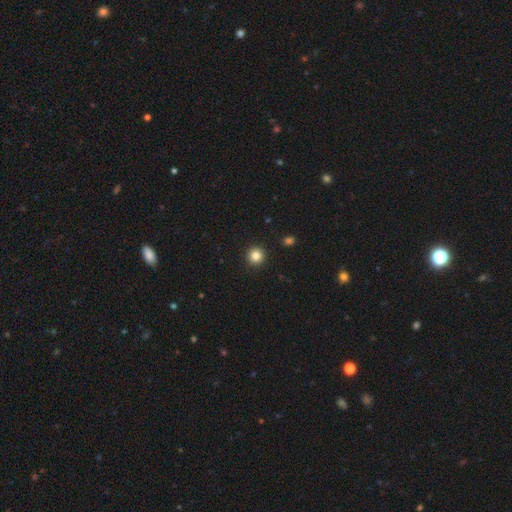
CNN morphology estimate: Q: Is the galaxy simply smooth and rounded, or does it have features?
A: smooth — 84%.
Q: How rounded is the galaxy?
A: round — 95%.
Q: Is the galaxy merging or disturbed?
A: none — 93%.